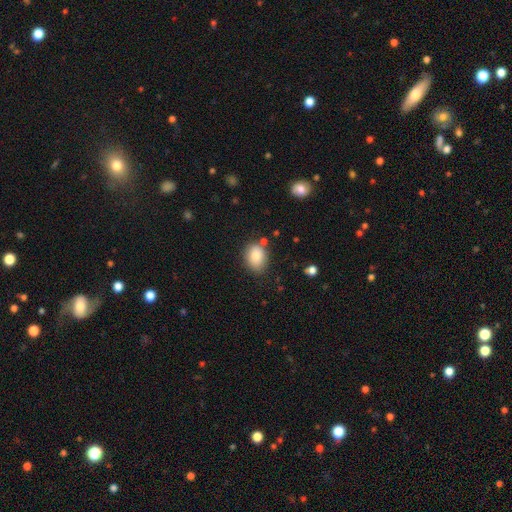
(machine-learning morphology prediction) smooth_or_featured: smooth (p=0.81) [alt: featured or disk p=0.10]
how_rounded: in between (p=0.55) [alt: round p=0.44]
merging: none (p=0.76) [alt: minor disturbance p=0.15]